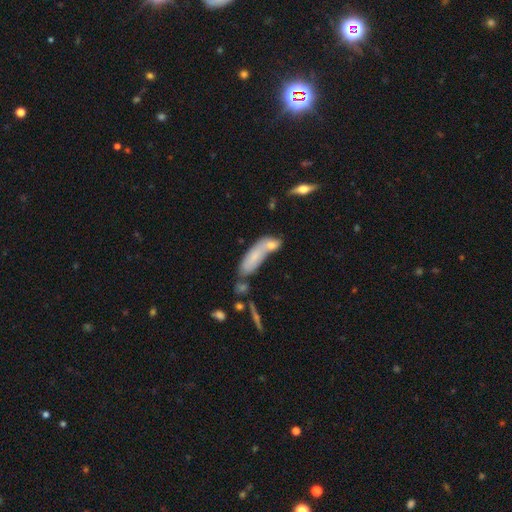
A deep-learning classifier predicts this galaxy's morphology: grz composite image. It shows a smooth galaxy with no disk features (64%) that is cigar-shaped (50%). Merging: merger (41%).